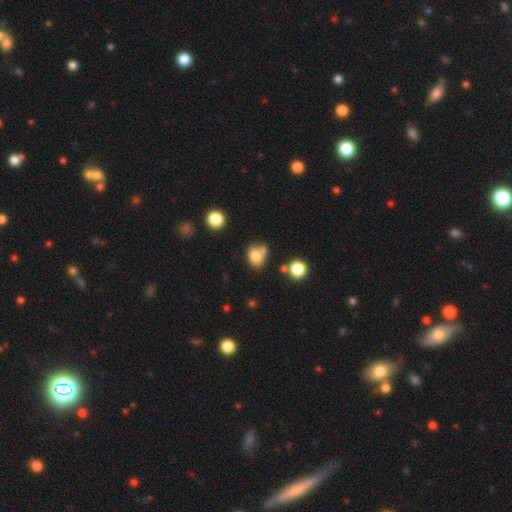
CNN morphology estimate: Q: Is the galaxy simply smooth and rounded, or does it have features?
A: smooth — 78%.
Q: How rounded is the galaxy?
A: round — 53%.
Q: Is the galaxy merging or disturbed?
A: none — 48%.